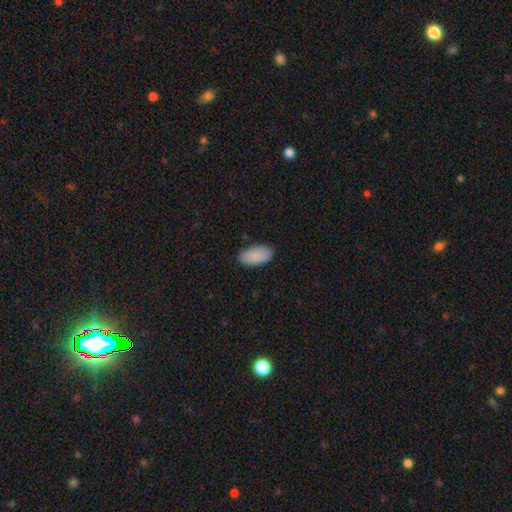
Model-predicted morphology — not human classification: smooth-or-featured: smooth: 90% | star or artifact: 6% | featured or disk: 5%
  how-rounded: in between: 95% | cigar-shaped: 3% | round: 2%
  merging: none: 87% | minor disturbance: 10% | major disturbance: 2% | merger: 1%